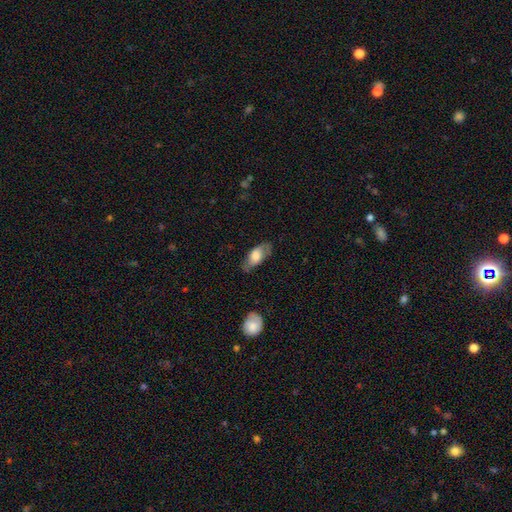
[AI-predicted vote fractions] smooth 55%, featured or disk 38%, star or artifact 7%. Down the decision tree: how rounded — in between (85%); merging — none (67%).